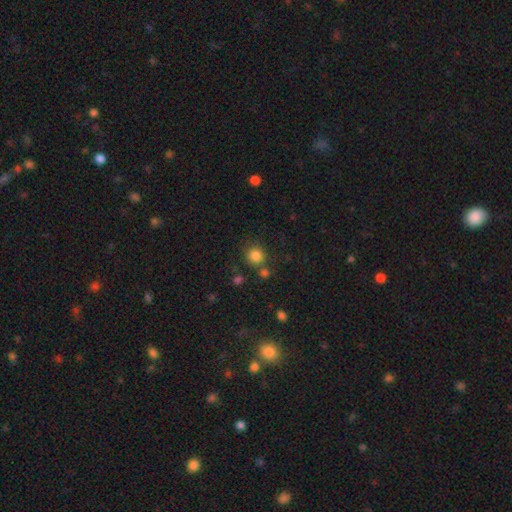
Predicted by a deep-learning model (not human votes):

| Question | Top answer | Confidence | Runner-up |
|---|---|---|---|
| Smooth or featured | smooth | 83% | star or artifact (12%) |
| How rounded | round | 90% | in between (9%) |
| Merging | none | 74% | merger (12%) |